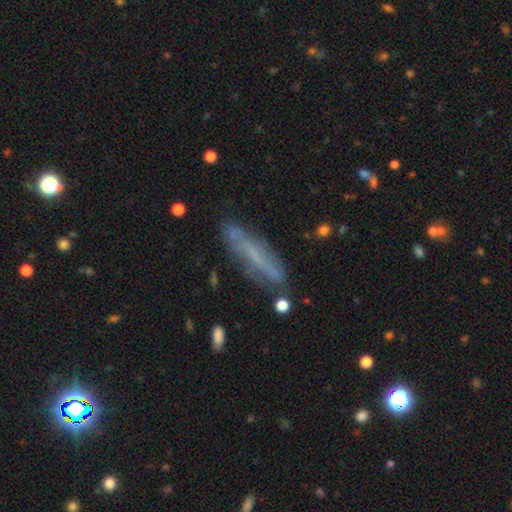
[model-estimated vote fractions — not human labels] This is possibly a smooth galaxy (49%). Merging: likely none (74%).